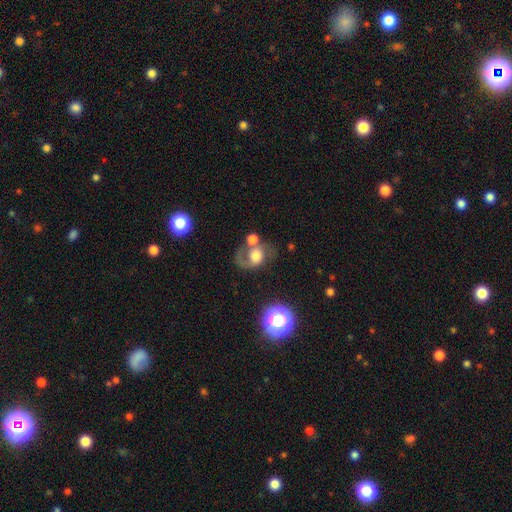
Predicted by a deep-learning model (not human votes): featured or disk 51%, smooth 38%, star or artifact 10%. Down the decision tree: edge-on disk — no (97%); merging — none (33%).